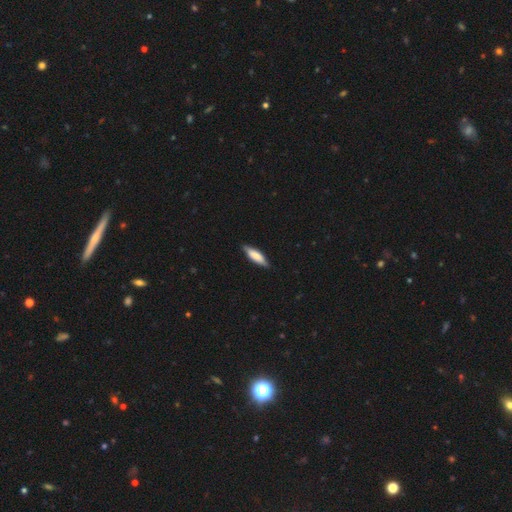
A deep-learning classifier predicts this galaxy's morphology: A smooth galaxy with no disk features (71%) that is cigar-shaped (57%).

Vote fractions:
- Smooth or featured? smooth: 71% / featured or disk: 23% / star or artifact: 5%
- How rounded? cigar-shaped: 57% / in between: 41% / round: 2%
- Merging? none: 84% / minor disturbance: 13% / major disturbance: 2% / merger: 1%